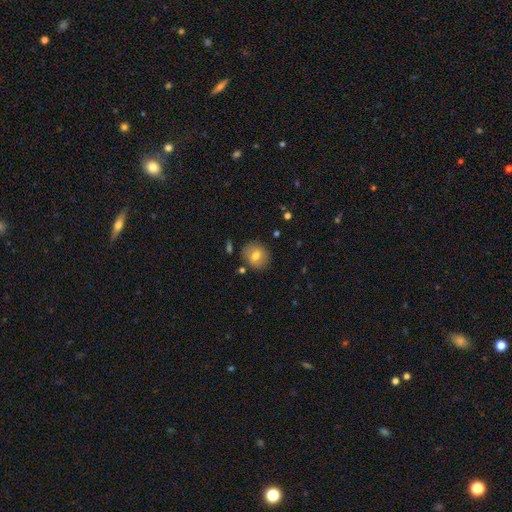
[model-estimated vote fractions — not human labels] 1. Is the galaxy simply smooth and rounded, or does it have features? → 73% smooth, 18% featured or disk, 10% star or artifact.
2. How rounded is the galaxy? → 80% round, 19% in between, 1% cigar-shaped.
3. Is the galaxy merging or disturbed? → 85% none, 10% minor disturbance, 3% merger, 3% major disturbance.